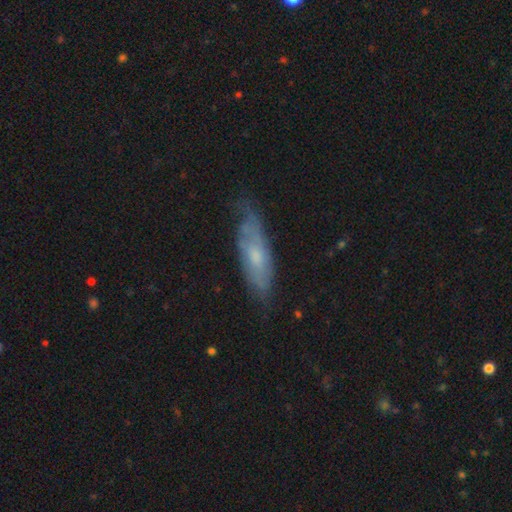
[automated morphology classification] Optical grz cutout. It shows a featured or disk galaxy (48%). Merging: none (59%).